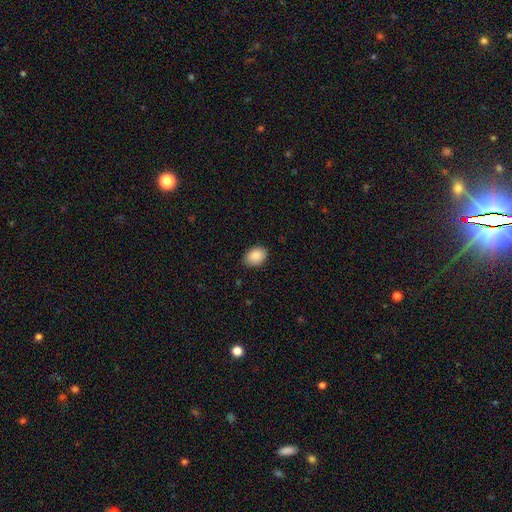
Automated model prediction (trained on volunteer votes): Smooth or featured?
  - smooth: 89% *
  - star or artifact: 7%
  - featured or disk: 4%
How rounded?
  - in between: 77% *
  - round: 22%
  - cigar-shaped: 1%
Merging?
  - none: 85% *
  - minor disturbance: 12%
  - major disturbance: 2%
  - merger: 1%